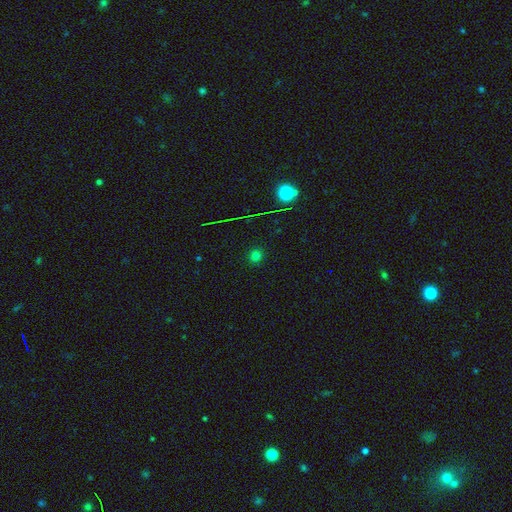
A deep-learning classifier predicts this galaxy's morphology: Smooth or featured: smooth — 71% (star or artifact — 23%)
How rounded: round — 89% (in between — 10%)
Merging: none — 91% (minor disturbance — 6%)